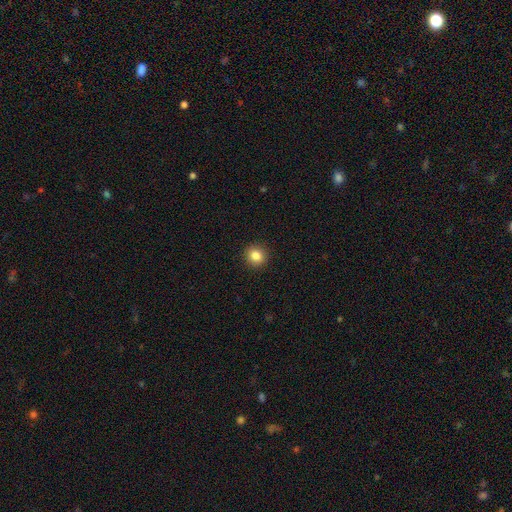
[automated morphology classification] A smooth galaxy with no disk features (84%) that is round (90%).

Vote fractions:
- Smooth or featured? smooth: 84% / star or artifact: 11% / featured or disk: 5%
- How rounded? round: 90% / in between: 9% / cigar-shaped: 1%
- Merging? none: 93% / minor disturbance: 5% / major disturbance: 2% / merger: 1%